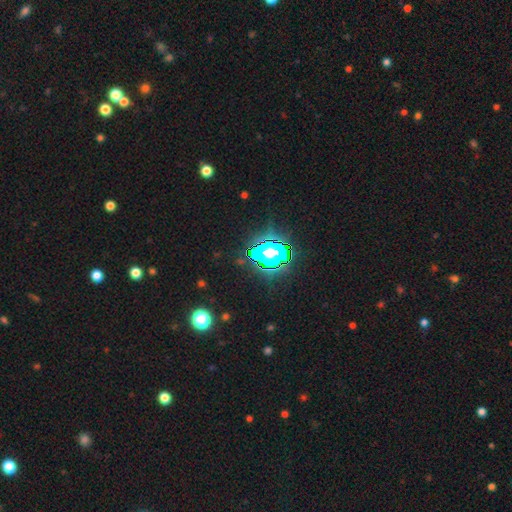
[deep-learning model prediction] This appears to be a star or artifact, not a galaxy (85%).